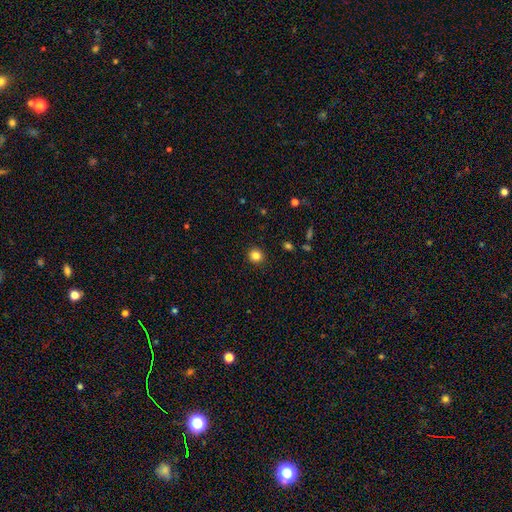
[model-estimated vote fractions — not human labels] Smooth or featured?
  - smooth: 83% *
  - star or artifact: 12%
  - featured or disk: 5%
How rounded?
  - round: 90% *
  - in between: 9%
  - cigar-shaped: 1%
Merging?
  - none: 92% *
  - minor disturbance: 5%
  - major disturbance: 2%
  - merger: 1%